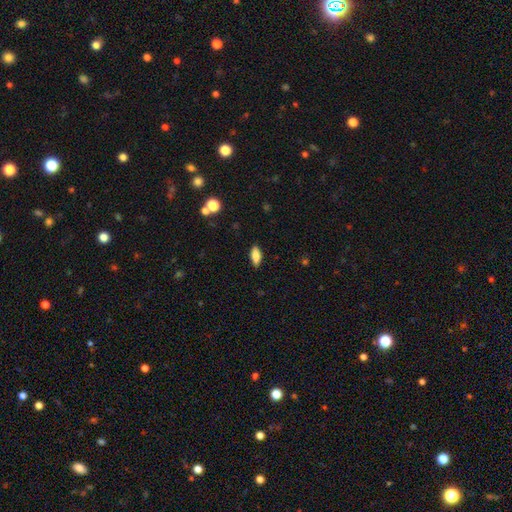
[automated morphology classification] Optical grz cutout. It shows a smooth galaxy with no disk features (82%) that is in between round and cigar-shaped (77%). Merging: none (88%).